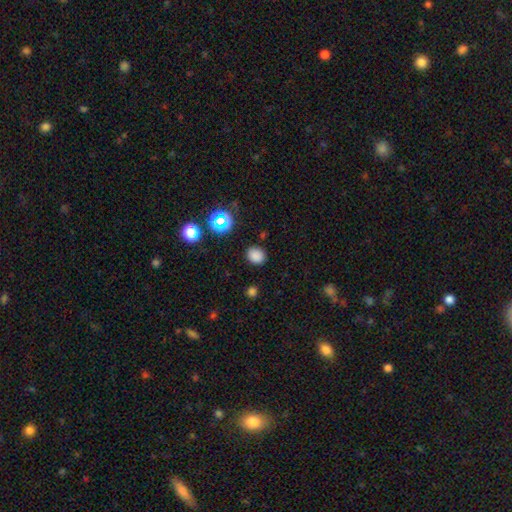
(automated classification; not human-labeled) Smooth or featured: smooth — 80% (star or artifact — 16%)
How rounded: round — 64% (in between — 35%)
Merging: none — 86% (minor disturbance — 9%)